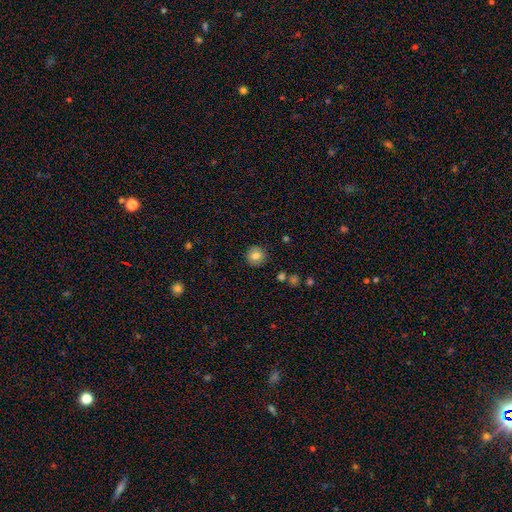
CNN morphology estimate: Q: Smooth or featured?
A: smooth (81%); runner-up: star or artifact (10%)
Q: How rounded?
A: round (92%); runner-up: in between (7%)
Q: Merging?
A: none (90%); runner-up: minor disturbance (7%)